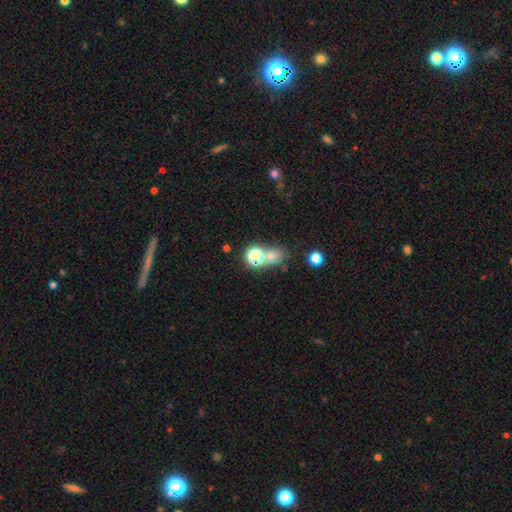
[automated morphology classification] This is possibly a smooth galaxy (59%). How rounded: likely round (66%). Merging: possibly none (54%).